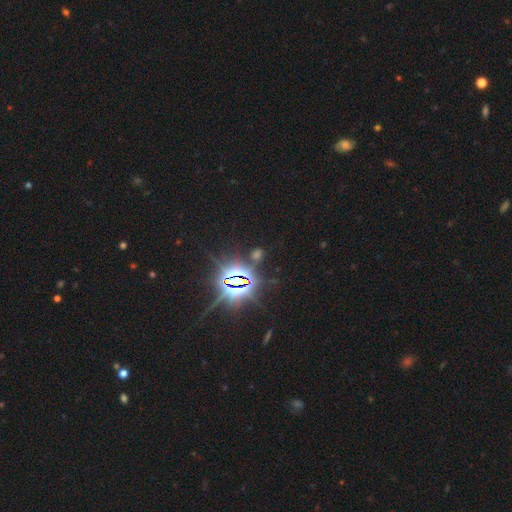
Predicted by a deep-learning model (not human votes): The model was most divided on "smooth or featured": star or artifact: 83%, smooth: 9%, featured or disk: 8%.